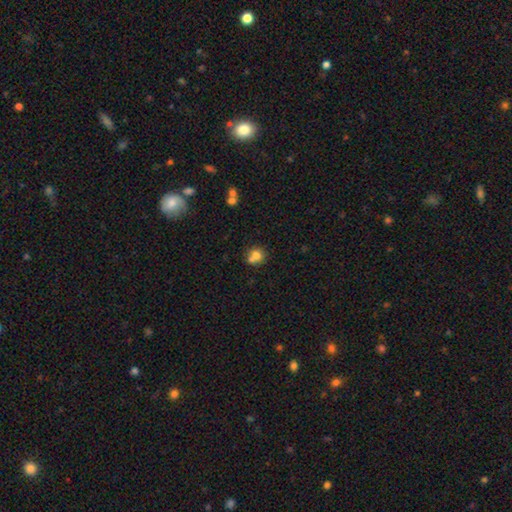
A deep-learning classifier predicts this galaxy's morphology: The model was most divided on "merging": none: 47%, merger: 39%, minor disturbance: 10%, major disturbance: 3%. More confident: how rounded — round (80%); smooth or featured — smooth (75%).